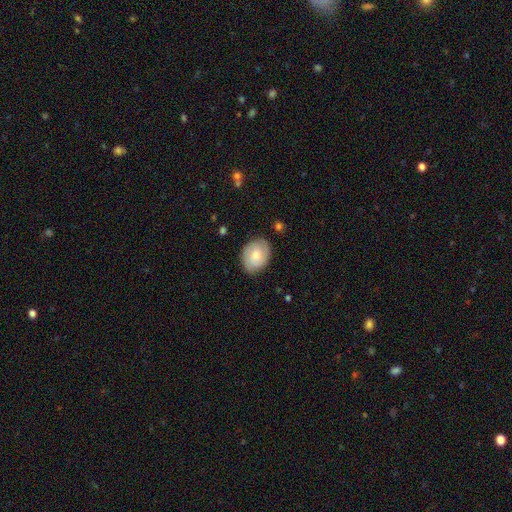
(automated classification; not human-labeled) smooth_or_featured: smooth (p=0.63) [alt: featured or disk p=0.30]
how_rounded: in between (p=0.62) [alt: round p=0.37]
merging: none (p=0.80) [alt: minor disturbance p=0.15]